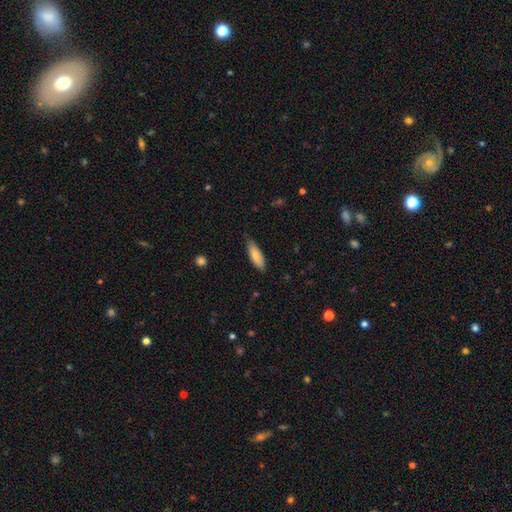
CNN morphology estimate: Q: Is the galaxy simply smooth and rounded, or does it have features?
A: smooth — 79%.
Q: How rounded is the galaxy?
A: in between — 54%.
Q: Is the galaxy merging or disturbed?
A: none — 75%.